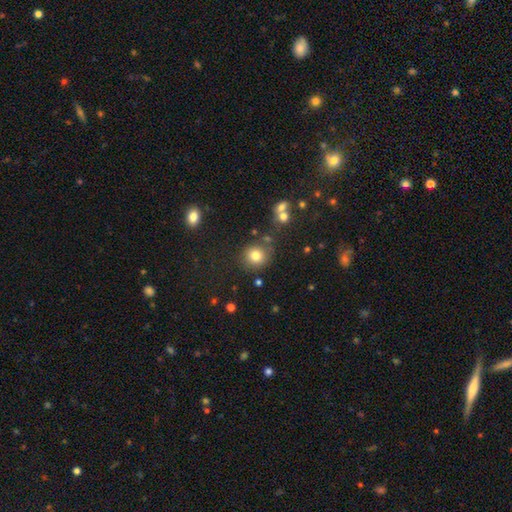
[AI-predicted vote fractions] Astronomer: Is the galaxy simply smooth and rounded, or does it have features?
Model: smooth — 79%.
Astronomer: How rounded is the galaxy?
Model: round — 88%.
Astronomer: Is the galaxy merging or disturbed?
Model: none — 79%.